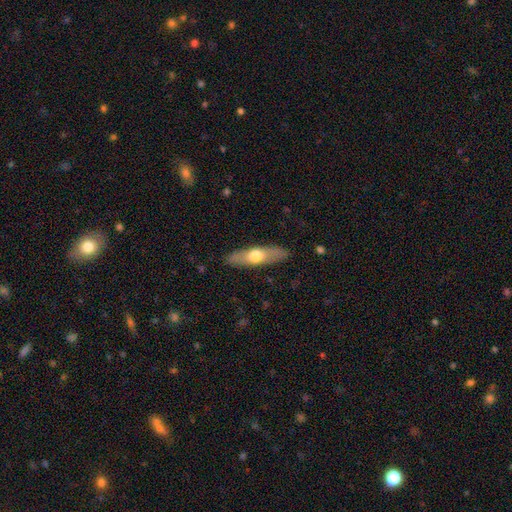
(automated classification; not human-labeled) Smooth or featured? smooth (52%)
How rounded? cigar-shaped (65%)
Merging? none (88%)